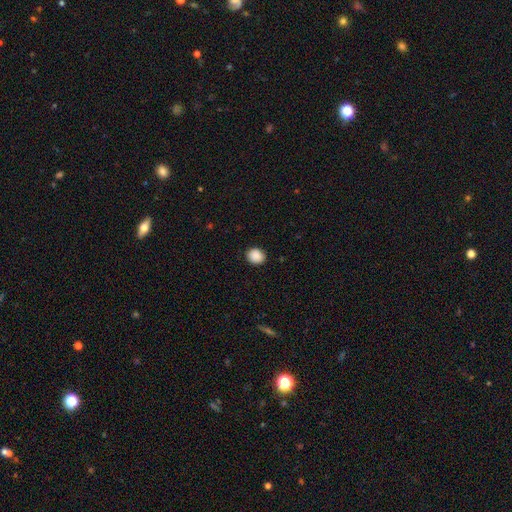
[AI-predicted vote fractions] Smooth or featured? Predicted: smooth (p=0.89). How rounded? Predicted: round (p=0.69). Merging? Predicted: none (p=0.90).